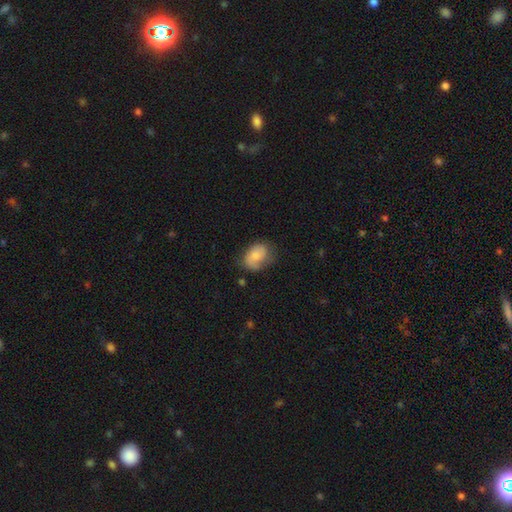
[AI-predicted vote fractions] smooth-or-featured: smooth: 61% | featured or disk: 31% | star or artifact: 8%
  how-rounded: in between: 75% | round: 23% | cigar-shaped: 1%
  merging: none: 56% | minor disturbance: 29% | major disturbance: 13% | merger: 2%